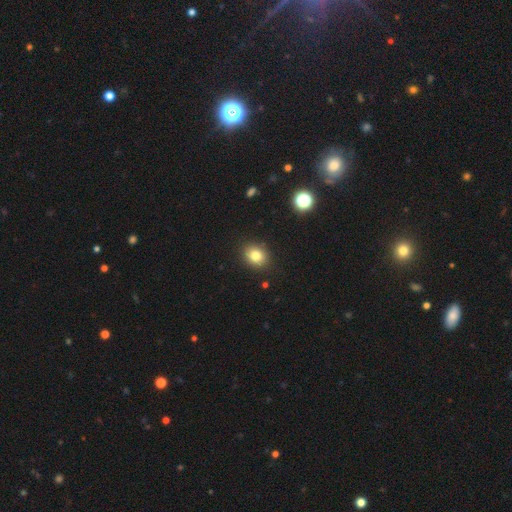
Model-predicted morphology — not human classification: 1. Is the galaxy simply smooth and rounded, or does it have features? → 81% smooth, 12% star or artifact, 8% featured or disk.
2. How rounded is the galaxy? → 59% round, 40% in between, 1% cigar-shaped.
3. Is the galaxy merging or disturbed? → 89% none, 8% minor disturbance, 2% major disturbance, 1% merger.